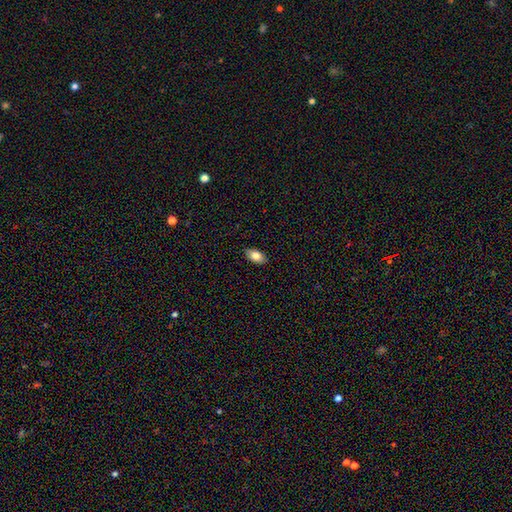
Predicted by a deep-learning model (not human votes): The model was most divided on "smooth or featured": smooth: 81%, featured or disk: 12%, star or artifact: 7%. More confident: how rounded — in between (92%); merging — none (88%).